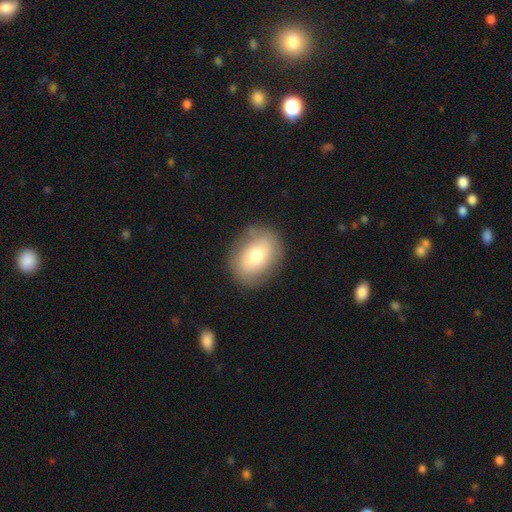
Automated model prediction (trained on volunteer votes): smooth 66%, featured or disk 25%, star or artifact 8%. Down the decision tree: how rounded — in between (62%); merging — none (83%).